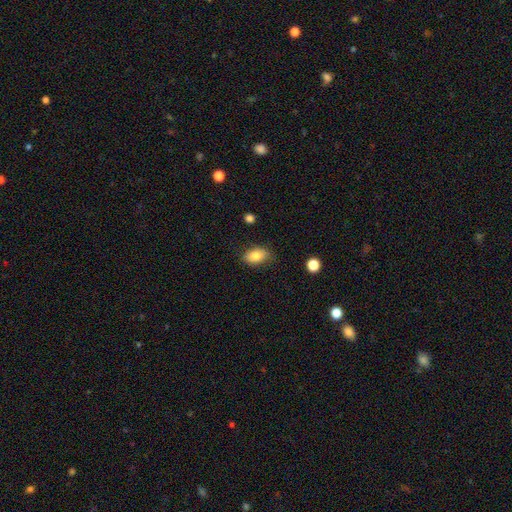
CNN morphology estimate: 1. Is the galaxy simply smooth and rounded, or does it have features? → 81% smooth, 11% featured or disk, 8% star or artifact.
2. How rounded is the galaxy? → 88% in between, 10% round, 2% cigar-shaped.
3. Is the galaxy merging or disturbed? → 79% none, 16% minor disturbance, 3% major disturbance, 1% merger.